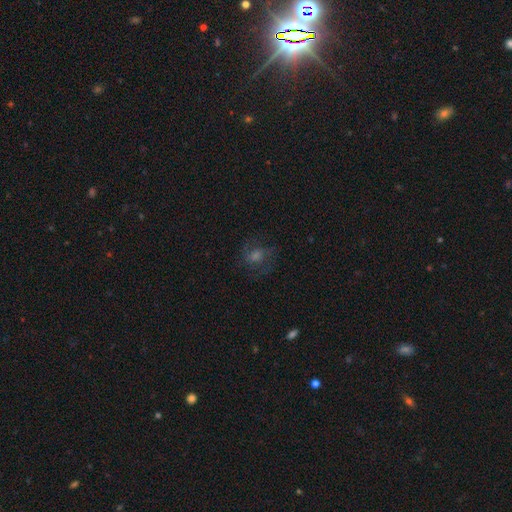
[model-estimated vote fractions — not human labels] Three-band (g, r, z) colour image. It shows a featured or disk galaxy (45%). Merging: none (72%).